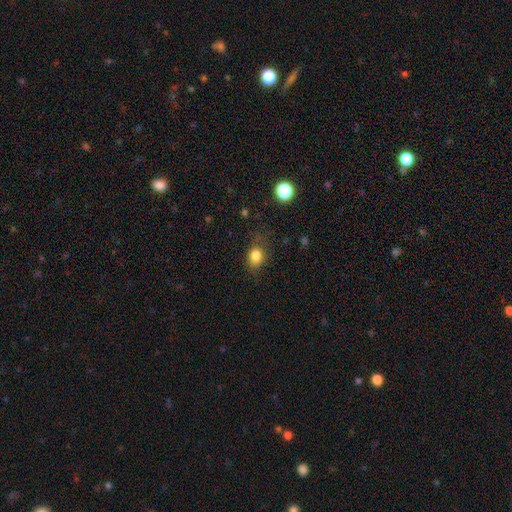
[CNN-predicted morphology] This is clearly a smooth galaxy (82%). How rounded: possibly in between (52%). Merging: likely none (72%).